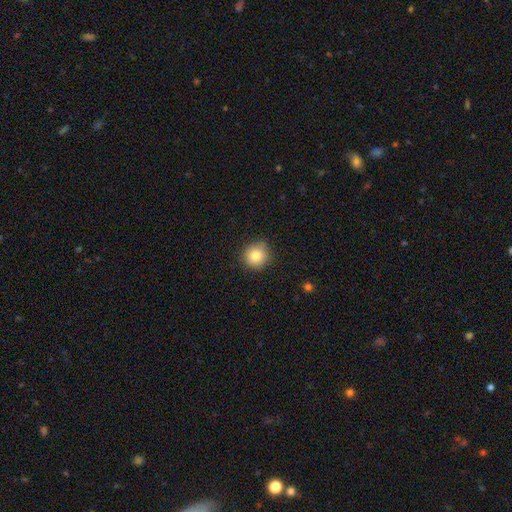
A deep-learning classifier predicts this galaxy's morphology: Smooth or featured? Predicted: smooth (p=0.81). How rounded? Predicted: round (p=0.92). Merging? Predicted: none (p=0.87).